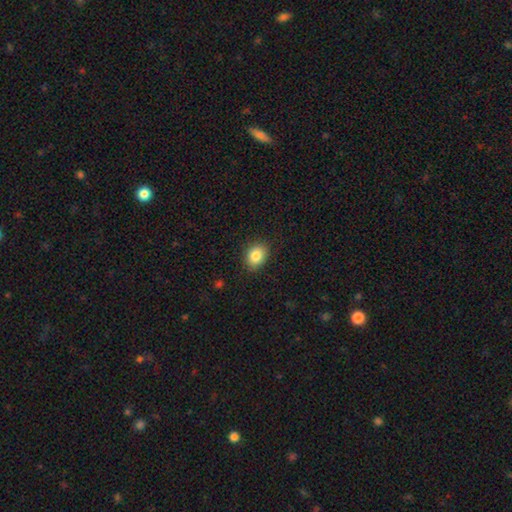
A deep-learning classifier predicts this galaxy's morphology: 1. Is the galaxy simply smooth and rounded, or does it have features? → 84% smooth, 9% star or artifact, 7% featured or disk.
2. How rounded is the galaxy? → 57% in between, 42% round, 1% cigar-shaped.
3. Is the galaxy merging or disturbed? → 86% none, 11% minor disturbance, 2% major disturbance, 1% merger.